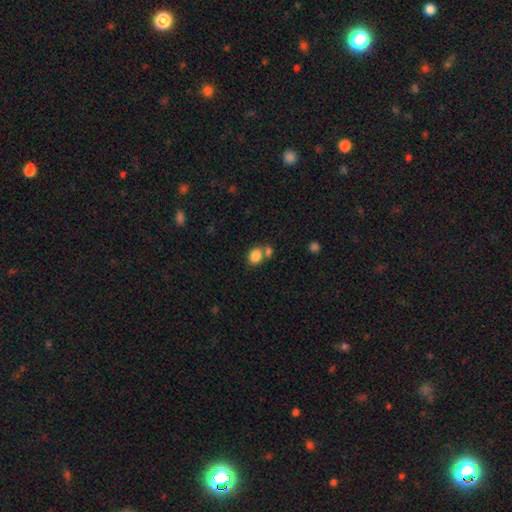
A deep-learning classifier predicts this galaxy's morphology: type=smooth (84%); roundness=in between (67%); merging=none (49%).